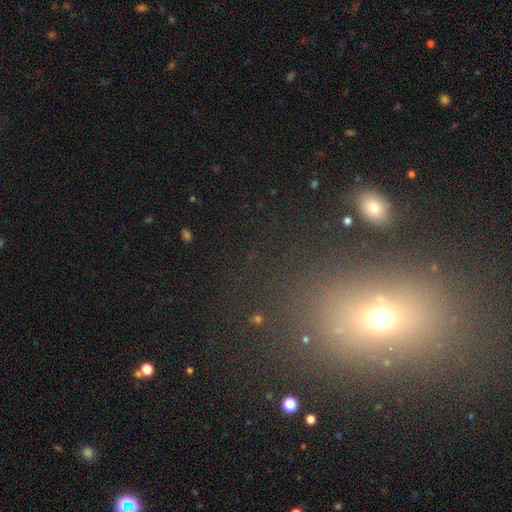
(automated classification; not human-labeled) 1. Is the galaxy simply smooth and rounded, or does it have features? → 47% smooth, 40% star or artifact, 14% featured or disk.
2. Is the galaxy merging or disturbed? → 76% none, 11% minor disturbance, 8% major disturbance, 5% merger.